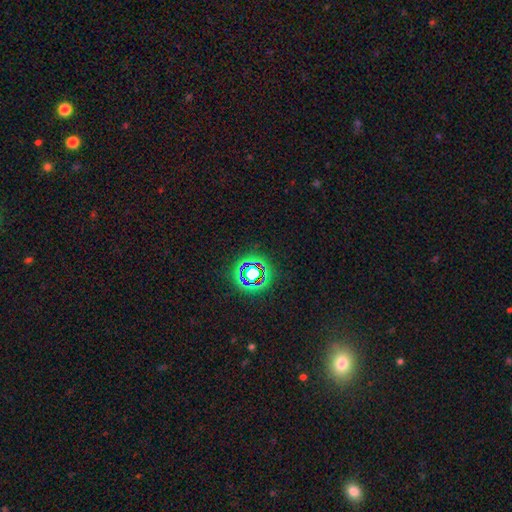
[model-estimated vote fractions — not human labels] A star or artifact, not a galaxy (61%).

Vote fractions:
- Smooth or featured? star or artifact: 61% / smooth: 29% / featured or disk: 10%